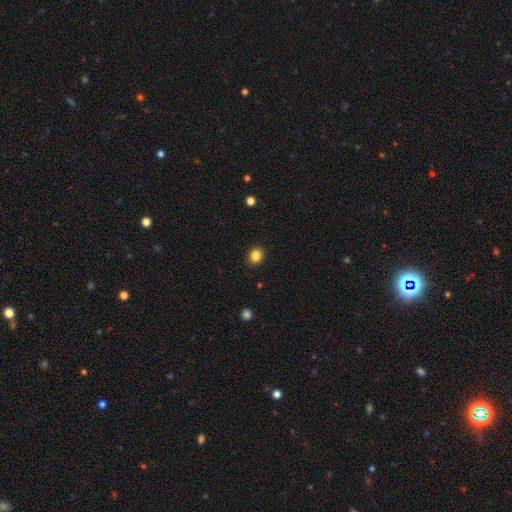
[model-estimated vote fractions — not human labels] smooth_or_featured: smooth (p=0.86) [alt: star or artifact p=0.10]
how_rounded: round (p=0.57) [alt: in between p=0.42]
merging: none (p=0.89) [alt: minor disturbance p=0.08]